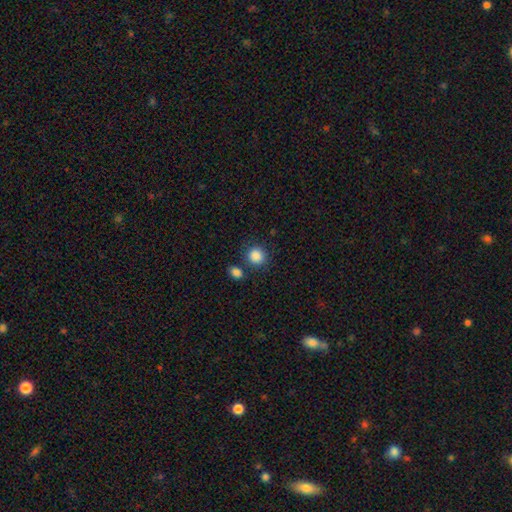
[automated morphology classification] Smooth or featured: smooth — 88% (star or artifact — 9%)
How rounded: round — 84% (in between — 15%)
Merging: none — 76% (minor disturbance — 10%)